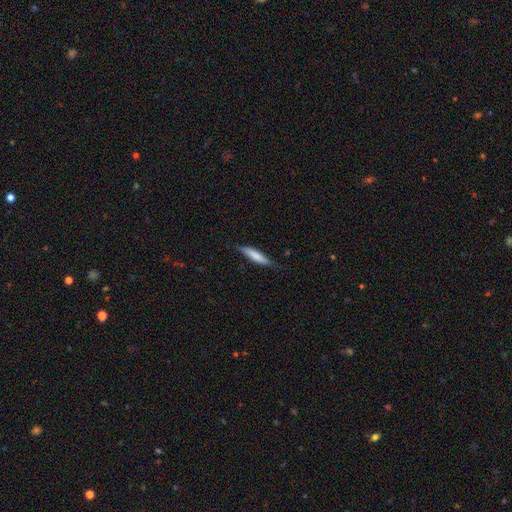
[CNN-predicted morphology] Smooth or featured?
  - smooth: 70% *
  - featured or disk: 24%
  - star or artifact: 6%
How rounded?
  - cigar-shaped: 82% *
  - in between: 16%
  - round: 1%
Merging?
  - none: 72% *
  - minor disturbance: 22%
  - major disturbance: 4%
  - merger: 1%